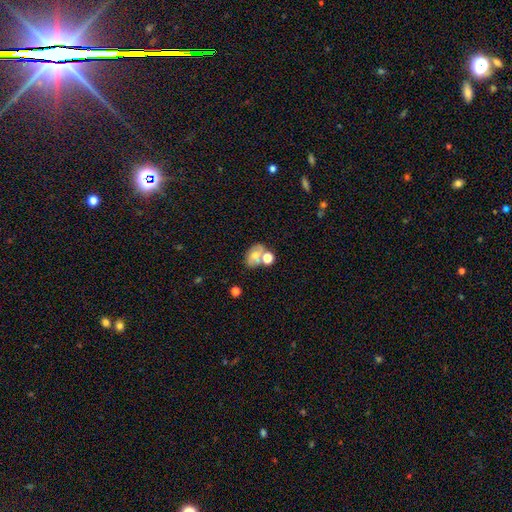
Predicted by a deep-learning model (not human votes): A smooth galaxy with no disk features (58%) that is in between round and cigar-shaped (70%).

Vote fractions:
- Smooth or featured? smooth: 58% / featured or disk: 30% / star or artifact: 12%
- How rounded? in between: 70% / round: 28% / cigar-shaped: 1%
- Merging? merger: 39% / none: 38% / minor disturbance: 15% / major disturbance: 8%